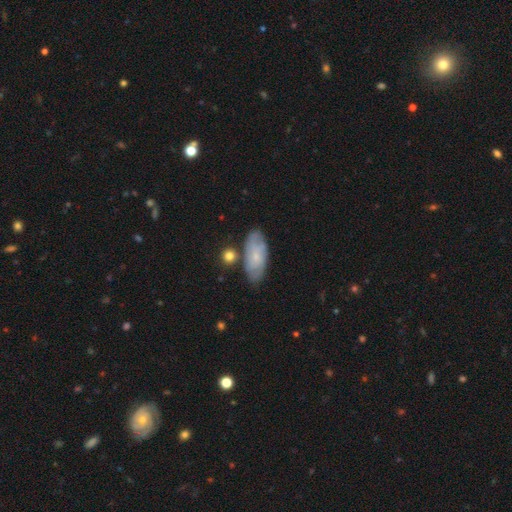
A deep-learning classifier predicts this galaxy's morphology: This is possibly a featured or disk galaxy (47%, tied with smooth). Merging: likely none (70%).